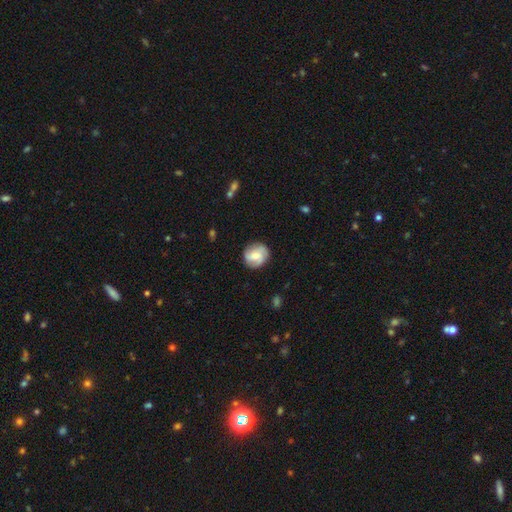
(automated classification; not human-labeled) Q: Smooth or featured?
A: smooth (48%); runner-up: featured or disk (45%)
Q: Merging?
A: none (81%); runner-up: minor disturbance (14%)